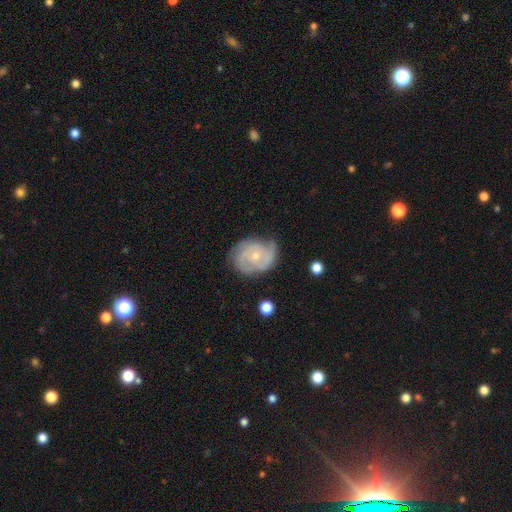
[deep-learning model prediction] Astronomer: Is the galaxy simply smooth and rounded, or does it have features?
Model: featured or disk — 77%.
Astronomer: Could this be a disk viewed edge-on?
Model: no — 97%.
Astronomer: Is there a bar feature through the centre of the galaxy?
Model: no — 74%.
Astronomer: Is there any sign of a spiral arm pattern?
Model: yes — 90%.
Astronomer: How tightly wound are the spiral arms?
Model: tight — 52% (runner-up: medium, 36%).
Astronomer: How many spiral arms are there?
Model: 2 — 43% (runner-up: can't tell, 24%).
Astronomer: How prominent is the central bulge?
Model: small — 65%.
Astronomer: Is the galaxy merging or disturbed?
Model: none — 64%.